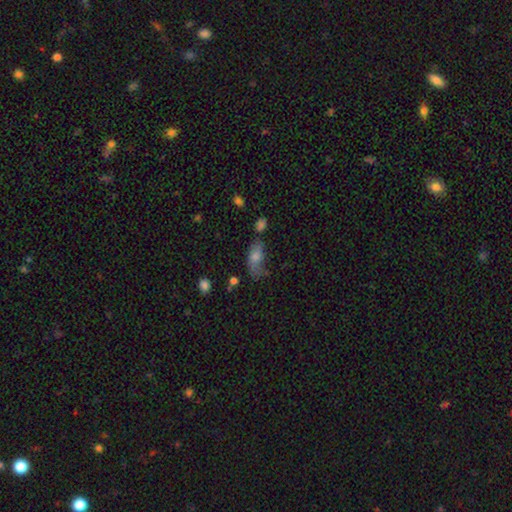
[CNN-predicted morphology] Smooth or featured: smooth — 66% (featured or disk — 25%)
How rounded: in between — 83% (cigar-shaped — 12%)
Merging: none — 41% (minor disturbance — 31%)